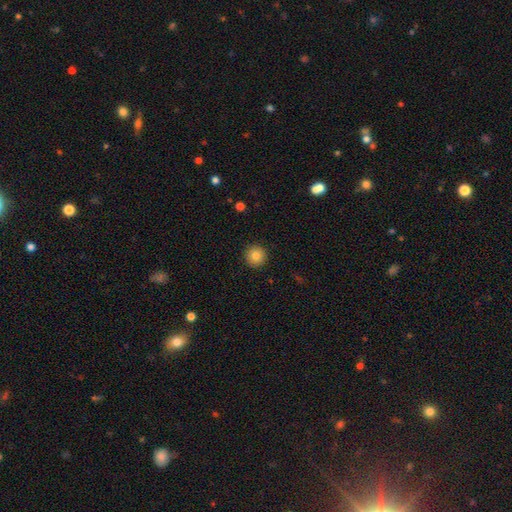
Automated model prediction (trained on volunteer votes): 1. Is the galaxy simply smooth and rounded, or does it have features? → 83% smooth, 10% star or artifact, 8% featured or disk.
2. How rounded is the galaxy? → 96% round, 3% in between, 1% cigar-shaped.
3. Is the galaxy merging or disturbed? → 93% none, 5% minor disturbance, 2% major disturbance, 1% merger.